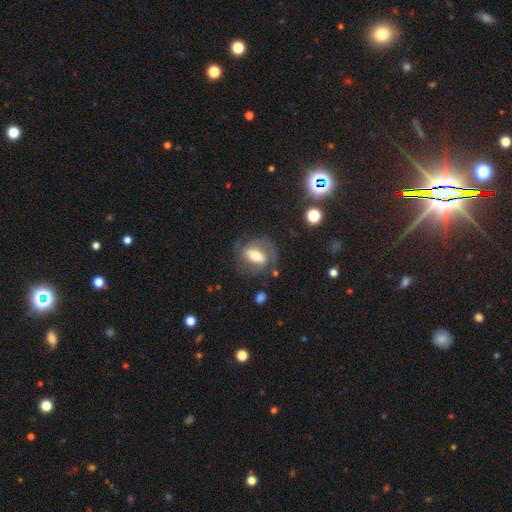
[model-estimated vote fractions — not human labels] Smooth or featured: featured or disk — 48% (smooth — 44%)
Merging: none — 61% (minor disturbance — 20%)